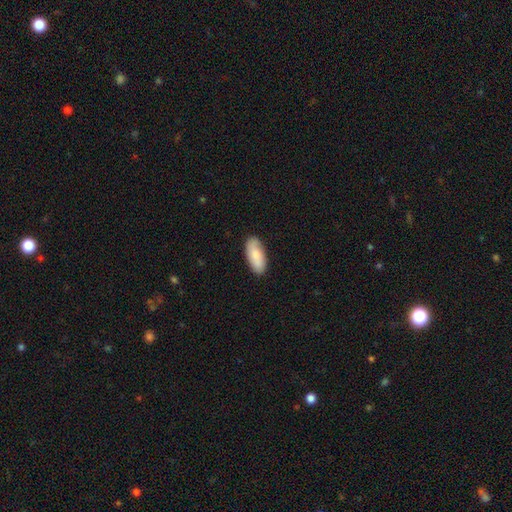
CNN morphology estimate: This is clearly a smooth galaxy (81%). How rounded: clearly in between (85%). Merging: clearly none (85%).